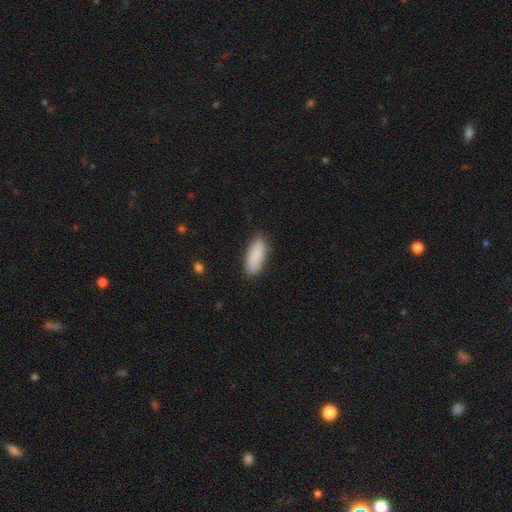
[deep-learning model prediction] smooth 89%, star or artifact 6%, featured or disk 5%. Down the decision tree: how rounded — in between (75%); merging — none (84%).